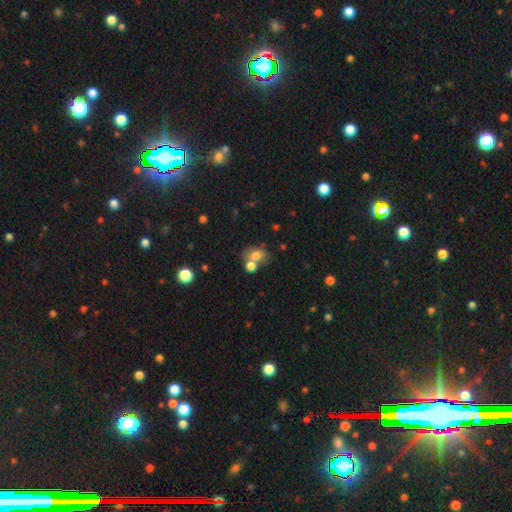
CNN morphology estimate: This is likely a smooth galaxy (75%). How rounded: possibly in between (53%). Merging: marginally none (43%).